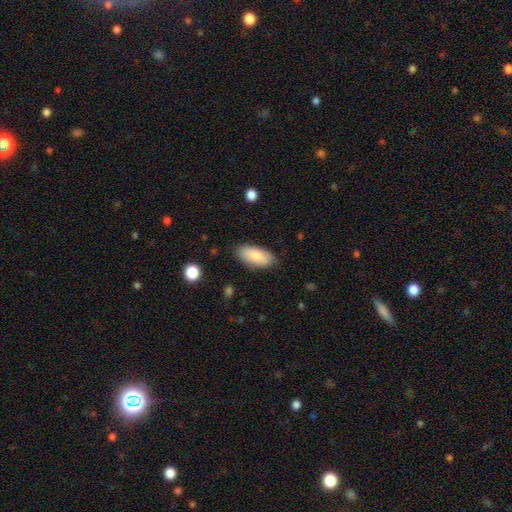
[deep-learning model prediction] A smooth galaxy with no disk features (81%) that is in between round and cigar-shaped (90%). Merging: none (81%).